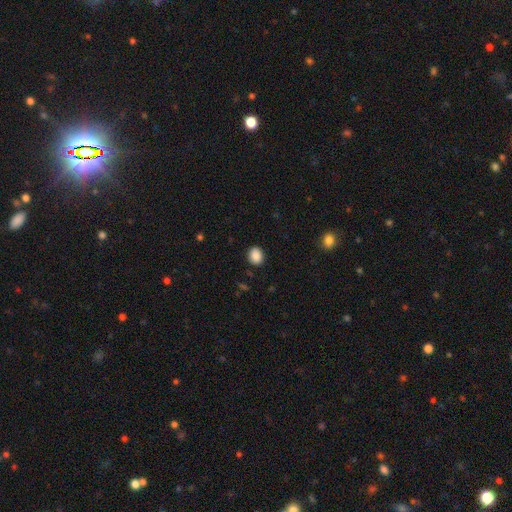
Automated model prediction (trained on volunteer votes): Smooth or featured? Predicted: smooth (p=0.88). How rounded? Predicted: round (p=0.57). Merging? Predicted: none (p=0.88).